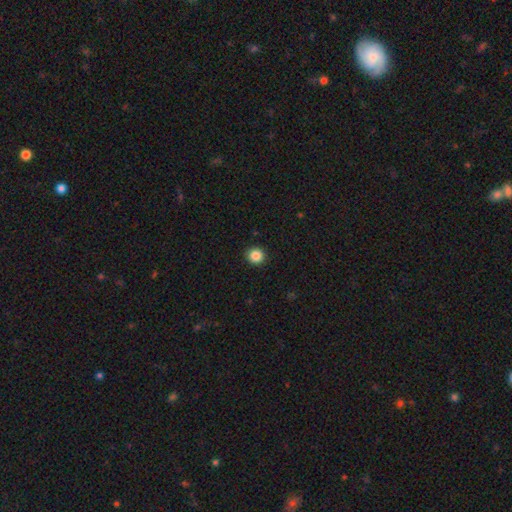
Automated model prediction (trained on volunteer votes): smooth 87%, star or artifact 10%, featured or disk 3%. Down the decision tree: how rounded — round (94%); merging — none (93%).